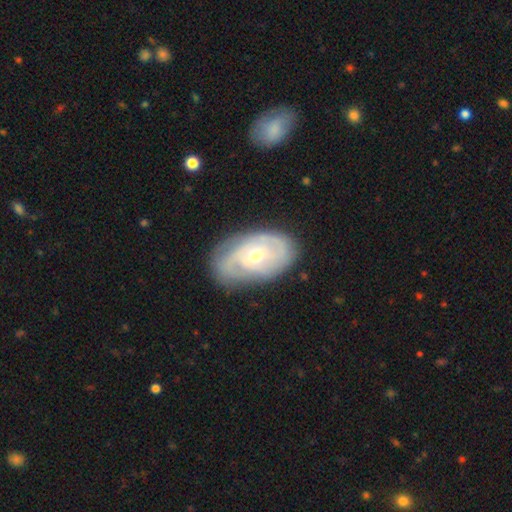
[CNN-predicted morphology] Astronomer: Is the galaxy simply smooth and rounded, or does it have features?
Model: featured or disk — 76%.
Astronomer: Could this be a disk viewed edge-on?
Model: no — 95%.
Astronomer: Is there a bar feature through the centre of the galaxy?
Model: no — 50% (runner-up: weak, 40%).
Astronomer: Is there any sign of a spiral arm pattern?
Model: yes — 87%.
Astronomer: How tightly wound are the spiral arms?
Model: tight — 63%.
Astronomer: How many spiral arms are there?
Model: can't tell — 41% (runner-up: 2, 32%).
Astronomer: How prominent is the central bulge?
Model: small — 54% (runner-up: moderate, 43%).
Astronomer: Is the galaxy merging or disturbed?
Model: none — 71%.